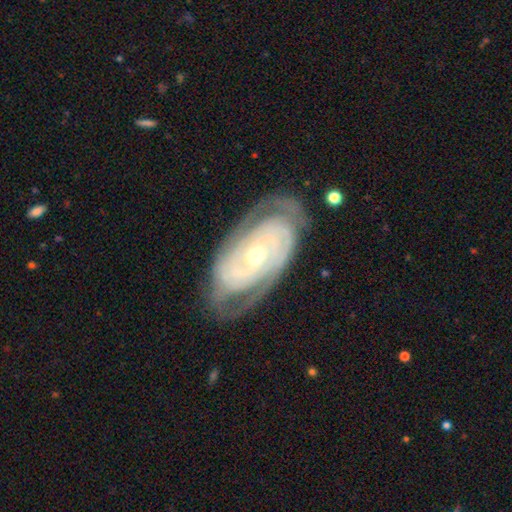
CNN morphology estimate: Smooth or featured? featured or disk (88%)
Edge-on disk? no (95%)
Bar? no (69%)
Spiral arms? yes (96%)
Spiral winding? tight (78%)
Spiral arm count? 2 (41%)
Bulge size? small (60%)
Merging? none (75%)